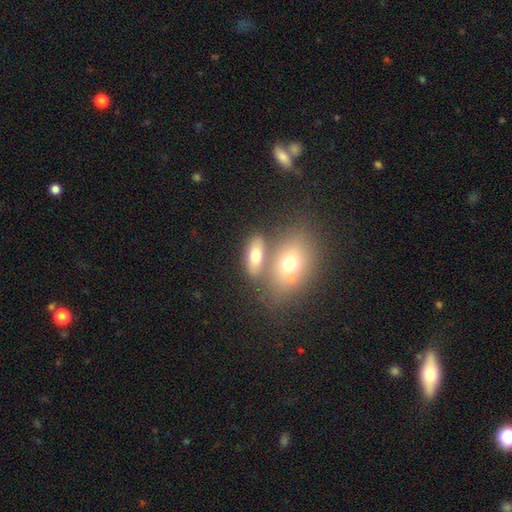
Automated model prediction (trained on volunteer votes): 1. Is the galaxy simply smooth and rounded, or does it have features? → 69% smooth, 20% featured or disk, 10% star or artifact.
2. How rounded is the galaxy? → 78% in between, 14% round, 8% cigar-shaped.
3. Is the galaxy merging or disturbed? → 50% none, 33% merger, 11% minor disturbance, 6% major disturbance.